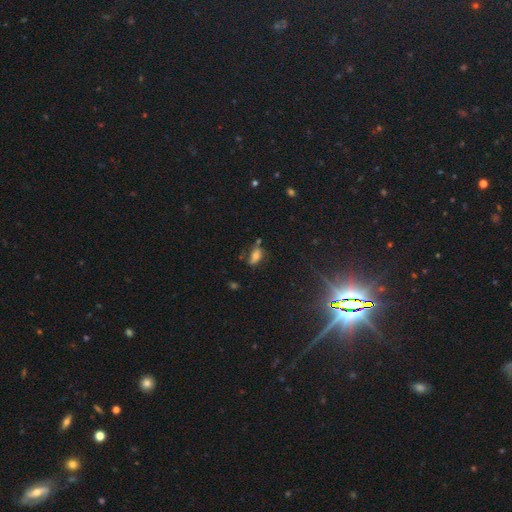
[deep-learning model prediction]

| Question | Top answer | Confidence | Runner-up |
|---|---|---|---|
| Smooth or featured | smooth | 55% | featured or disk (27%) |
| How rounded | in between | 84% | round (8%) |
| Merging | none | 55% | minor disturbance (25%) |